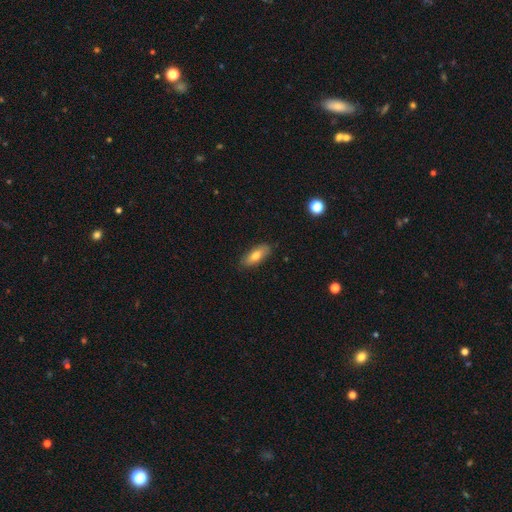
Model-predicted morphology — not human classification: This appears to be a smooth galaxy with no disk features (75%) that is in between round and cigar-shaped (78%). Merging: none (85%).